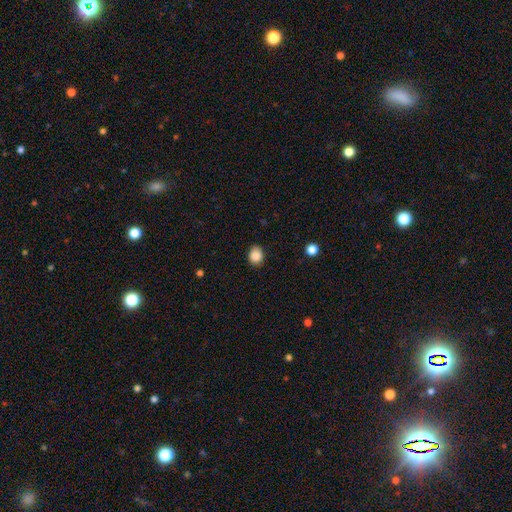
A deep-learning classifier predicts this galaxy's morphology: This appears to be a smooth galaxy with no disk features (87%) that is round (60%). Merging: none (83%).